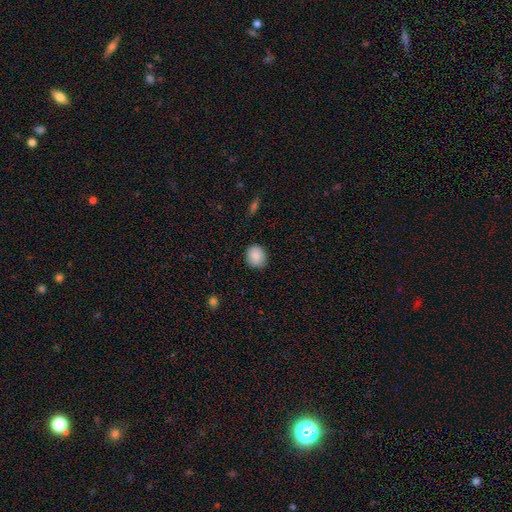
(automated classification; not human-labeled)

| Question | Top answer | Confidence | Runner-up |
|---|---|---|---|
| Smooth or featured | smooth | 88% | star or artifact (8%) |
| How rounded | round | 66% | in between (33%) |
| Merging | none | 89% | minor disturbance (8%) |